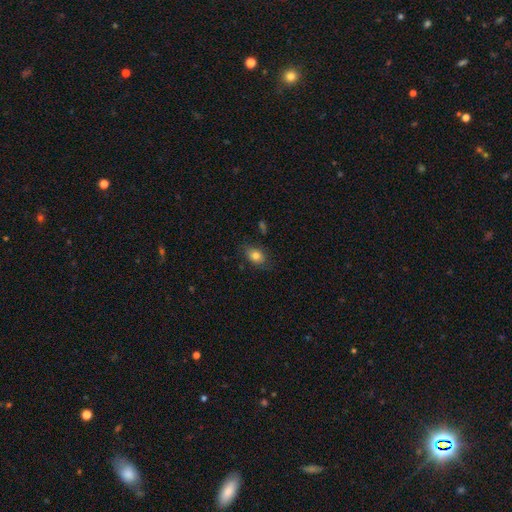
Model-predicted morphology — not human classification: smooth-or-featured: smooth: 79% | featured or disk: 11% | star or artifact: 10%
  how-rounded: in between: 73% | round: 25% | cigar-shaped: 2%
  merging: none: 77% | minor disturbance: 18% | major disturbance: 4% | merger: 2%